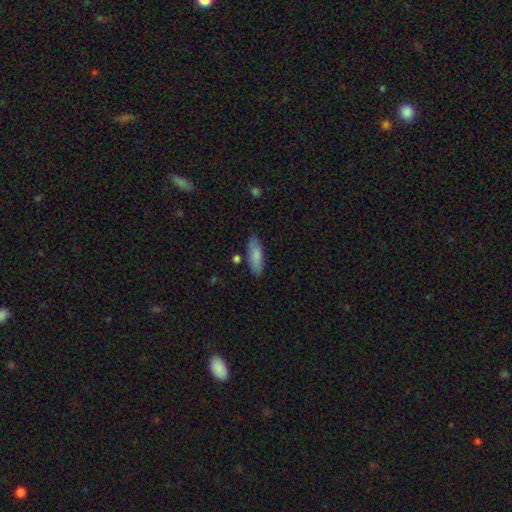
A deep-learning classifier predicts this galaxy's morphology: smooth_or_featured: smooth (p=0.82) [alt: featured or disk p=0.12]
how_rounded: in between (p=0.62) [alt: cigar-shaped p=0.36]
merging: none (p=0.80) [alt: minor disturbance p=0.14]